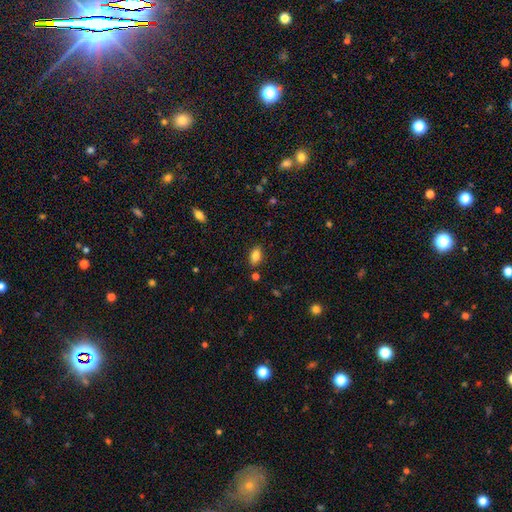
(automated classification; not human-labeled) smooth-or-featured: smooth: 83% | star or artifact: 9% | featured or disk: 8%
  how-rounded: in between: 89% | round: 7% | cigar-shaped: 4%
  merging: none: 83% | minor disturbance: 11% | merger: 4% | major disturbance: 2%